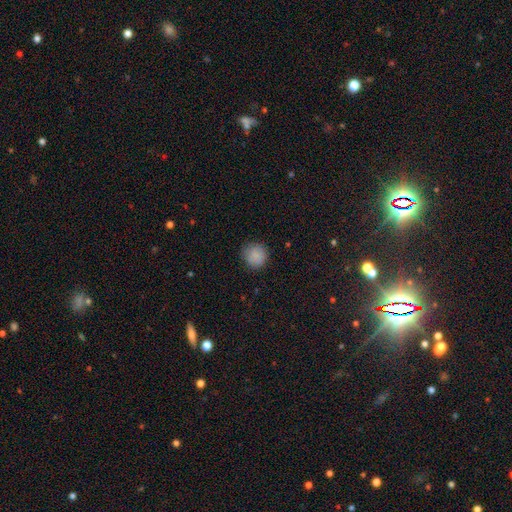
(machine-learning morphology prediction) Smooth or featured: smooth — 87% (star or artifact — 10%)
How rounded: round — 91% (in between — 8%)
Merging: none — 85% (minor disturbance — 12%)